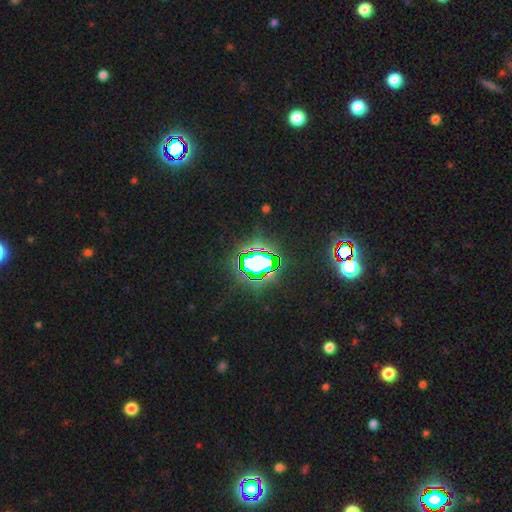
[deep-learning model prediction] Smooth or featured? star or artifact (73%)